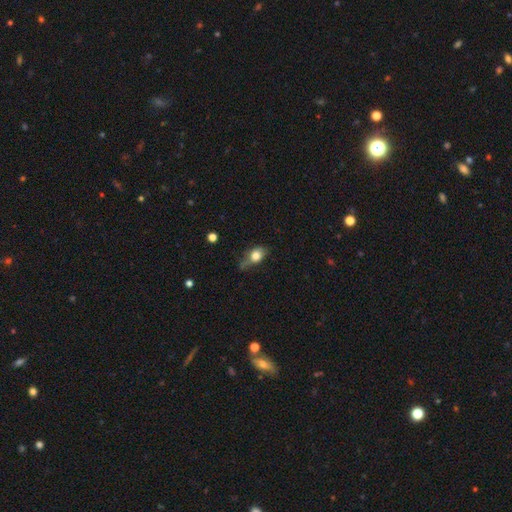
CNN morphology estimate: A smooth galaxy with no disk features (76%) that is in between round and cigar-shaped (66%). Merging: none (41%).